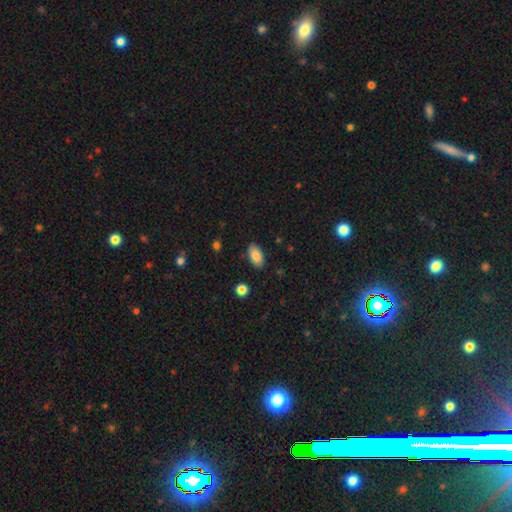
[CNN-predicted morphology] Smooth or featured?
  - smooth: 86% *
  - star or artifact: 7%
  - featured or disk: 7%
How rounded?
  - in between: 94% *
  - round: 3%
  - cigar-shaped: 3%
Merging?
  - none: 87% *
  - minor disturbance: 10%
  - major disturbance: 2%
  - merger: 2%